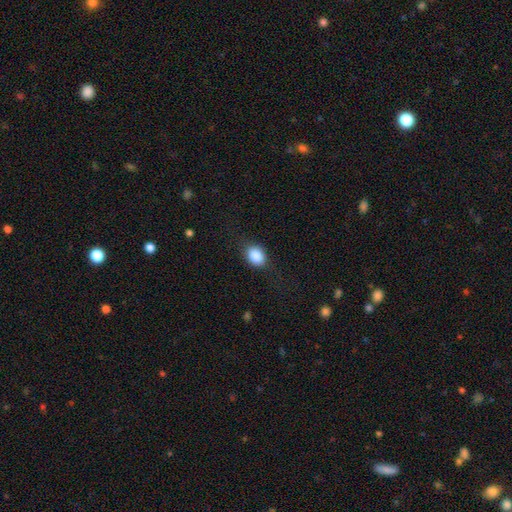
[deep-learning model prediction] smooth 87%, star or artifact 8%, featured or disk 5%. Down the decision tree: how rounded — in between (65%); merging — none (79%).